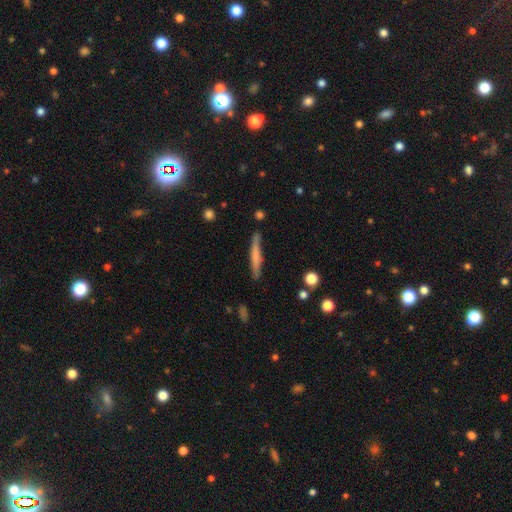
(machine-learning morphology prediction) smooth-or-featured: smooth: 56% | featured or disk: 37% | star or artifact: 6%
  how-rounded: cigar-shaped: 94% | in between: 4% | round: 2%
  merging: none: 82% | minor disturbance: 13% | major disturbance: 3% | merger: 2%